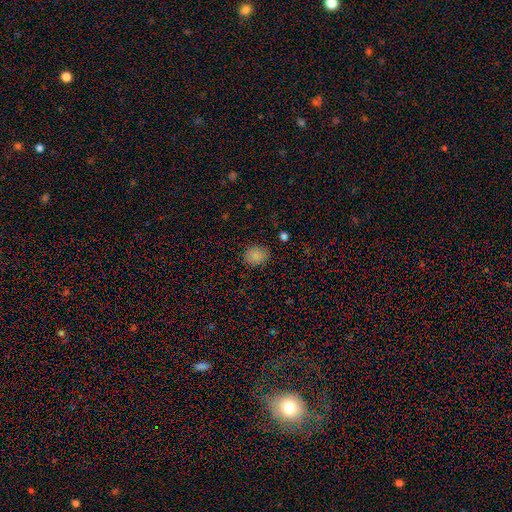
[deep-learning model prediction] Smooth or featured? Predicted: smooth (p=0.85). How rounded? Predicted: round (p=0.58). Merging? Predicted: none (p=0.86).